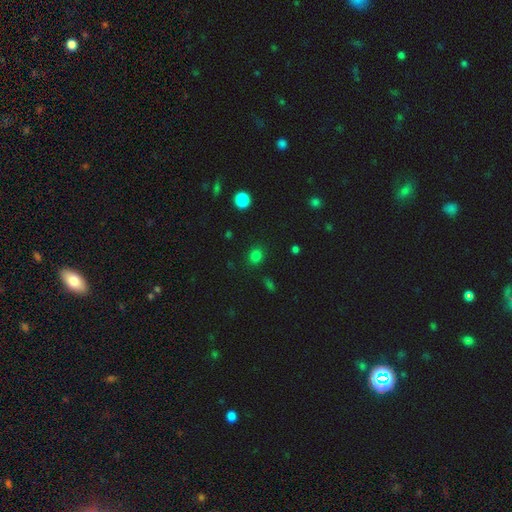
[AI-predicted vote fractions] Overall: smooth (80%). How rounded: round (73%). Merging: none (86%).